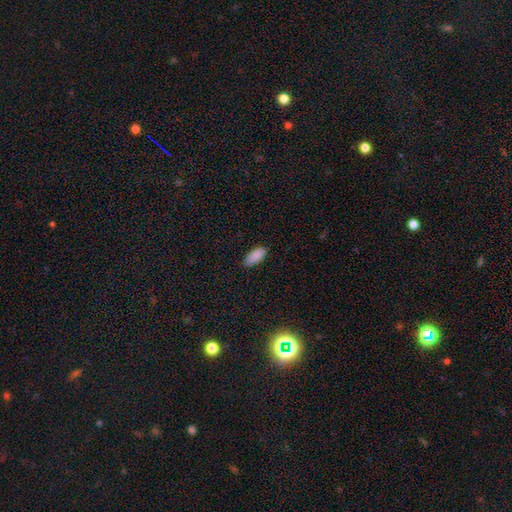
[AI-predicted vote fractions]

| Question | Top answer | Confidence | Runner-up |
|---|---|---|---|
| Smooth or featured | smooth | 89% | star or artifact (7%) |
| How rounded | in between | 88% | cigar-shaped (10%) |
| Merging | none | 82% | minor disturbance (15%) |